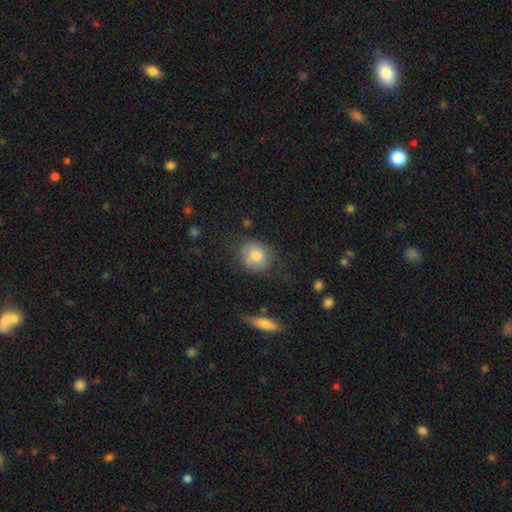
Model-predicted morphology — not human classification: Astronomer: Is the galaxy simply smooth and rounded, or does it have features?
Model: smooth — 74%.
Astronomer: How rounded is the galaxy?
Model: round — 68%.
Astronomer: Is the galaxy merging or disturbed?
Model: none — 59%.